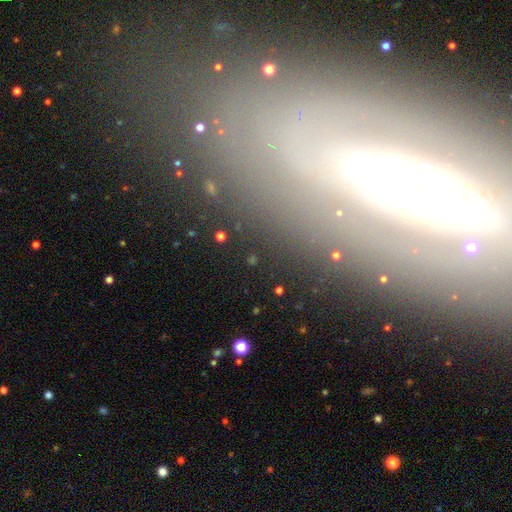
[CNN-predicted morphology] Smooth or featured? featured or disk (57%)
Edge-on disk? no (53%)
Merging? none (79%)